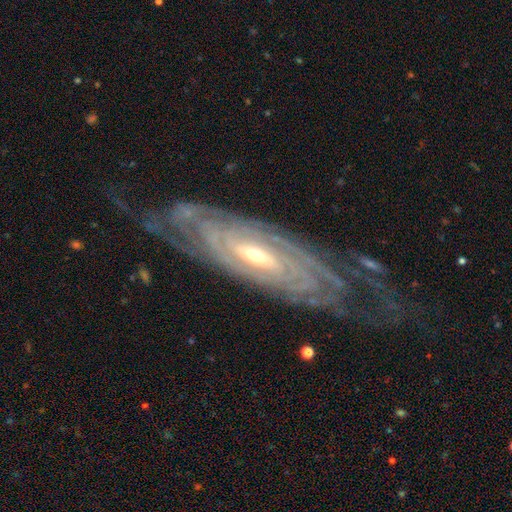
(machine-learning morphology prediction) featured or disk 88%, smooth 6%, star or artifact 5%. Down the decision tree: edge-on disk — no (87%); bar — no (42%); spiral arms — yes (96%); spiral arm count — can't tell (38%); spiral winding — tight (83%); bulge size — small (52%); merging — none (75%).